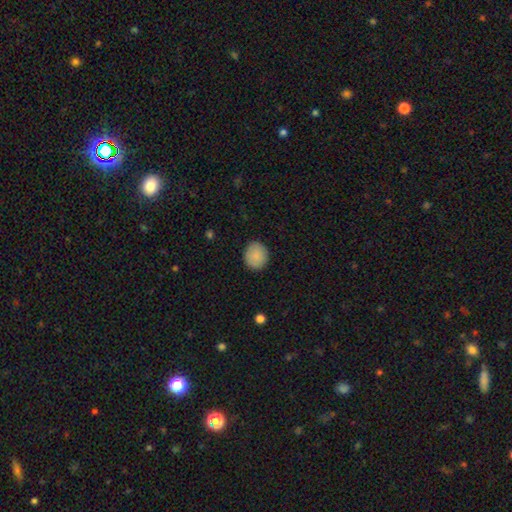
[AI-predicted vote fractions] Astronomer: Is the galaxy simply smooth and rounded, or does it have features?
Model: smooth — 87%.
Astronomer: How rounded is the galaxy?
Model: round — 77%.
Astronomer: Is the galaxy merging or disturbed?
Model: none — 88%.